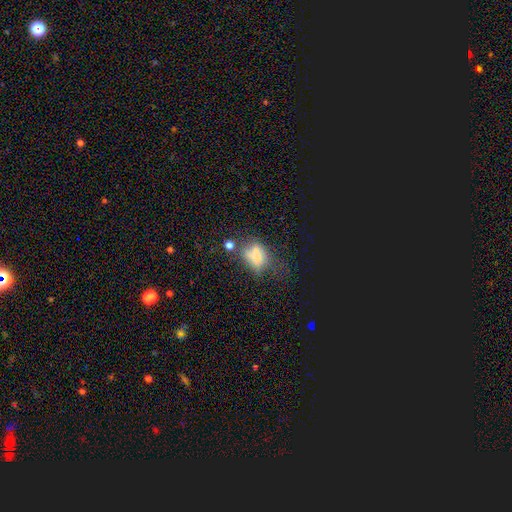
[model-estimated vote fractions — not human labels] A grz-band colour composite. It shows a smooth galaxy with no disk features (62%) that is in between round and cigar-shaped (71%). Merging: major disturbance (34%).